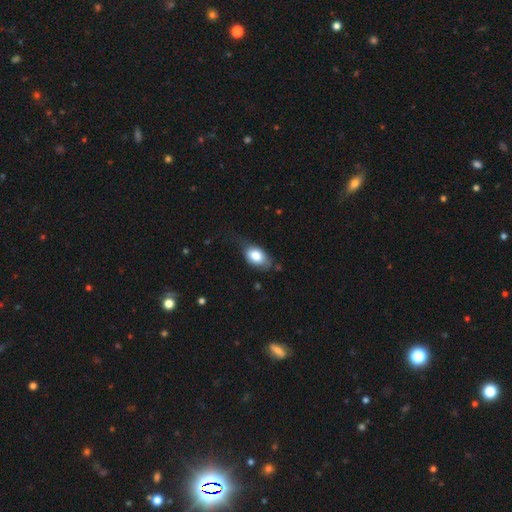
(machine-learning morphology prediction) Smooth or featured: smooth — 78% (featured or disk — 15%)
How rounded: in between — 89% (round — 9%)
Merging: none — 49% (minor disturbance — 34%)